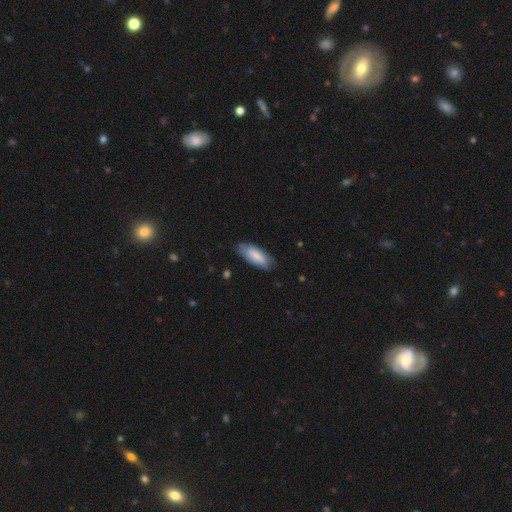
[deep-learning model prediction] Overall: smooth (83%). How rounded: in between (72%). Merging: none (80%).